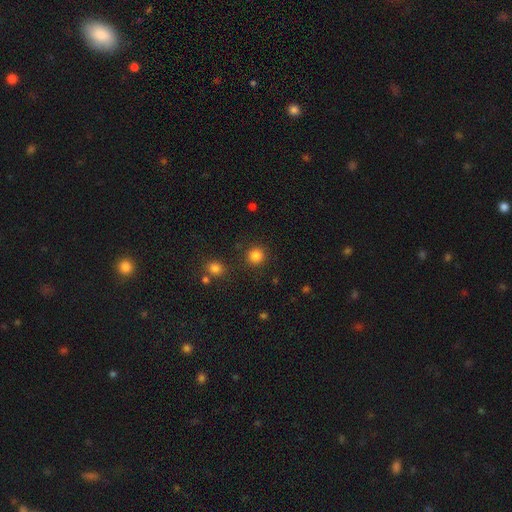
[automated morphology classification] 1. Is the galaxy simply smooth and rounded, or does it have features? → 84% smooth, 12% star or artifact, 4% featured or disk.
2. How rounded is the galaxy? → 93% round, 6% in between, 1% cigar-shaped.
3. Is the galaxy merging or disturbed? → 88% none, 6% minor disturbance, 3% merger, 3% major disturbance.